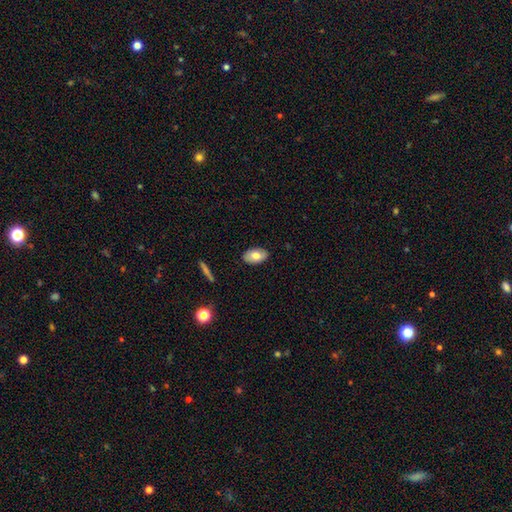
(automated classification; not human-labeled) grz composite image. It shows a smooth galaxy with no disk features (73%) that is in between round and cigar-shaped (93%). Merging: none (87%).